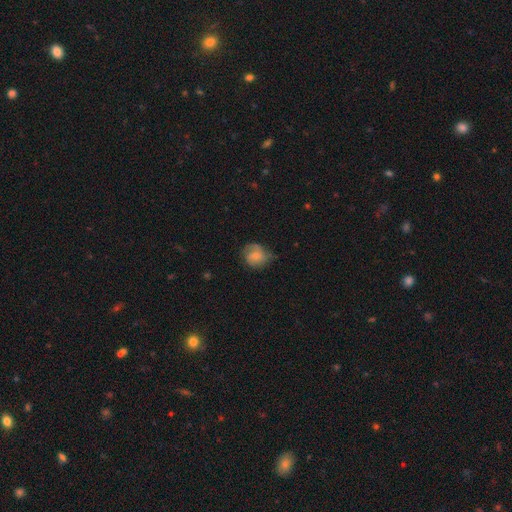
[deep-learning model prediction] Smooth or featured: smooth — 60% (featured or disk — 32%)
How rounded: round — 68% (in between — 31%)
Merging: none — 47% (minor disturbance — 35%)